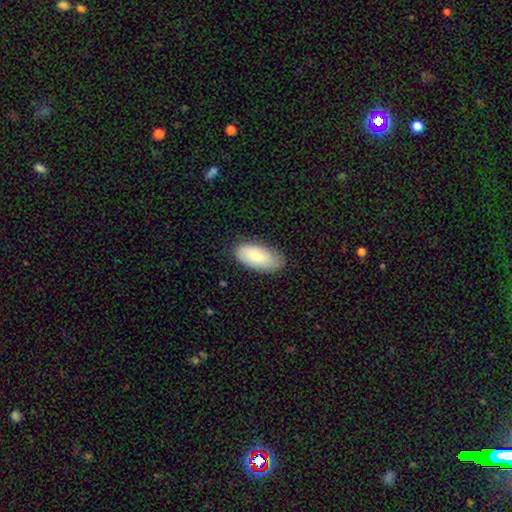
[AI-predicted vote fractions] Overall: smooth (82%). How rounded: in between (92%). Merging: none (80%).